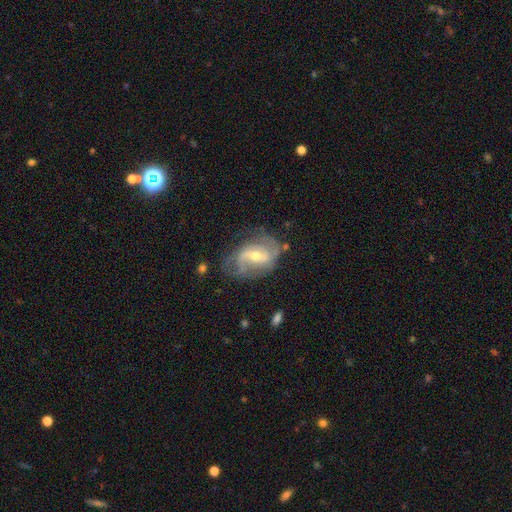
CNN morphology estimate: type=featured or disk (83%); edge-on=no (96%); bar=weak (50%); spiral arms=yes (91%); winding=medium (42%); arm count=2 (73%); bulge=moderate (58%); merging=none (59%).